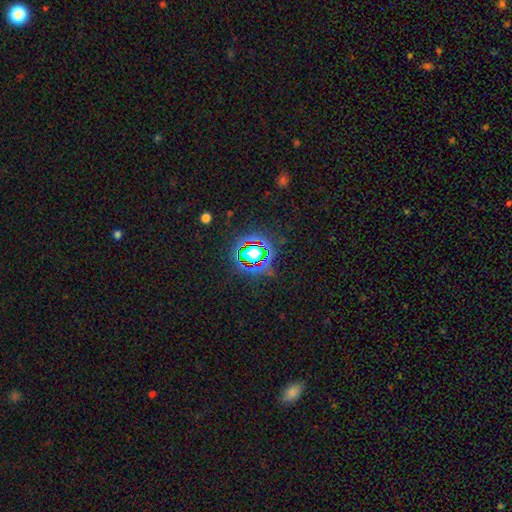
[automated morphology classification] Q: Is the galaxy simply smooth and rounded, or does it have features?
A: star or artifact — 67%.